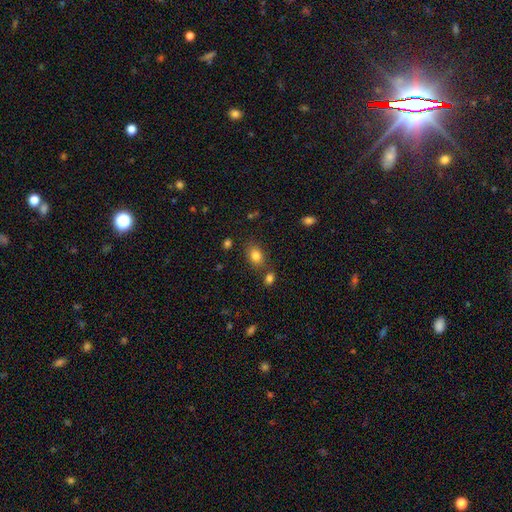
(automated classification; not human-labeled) Morphology: type=smooth (82%); roundness=in between (70%); merging=none (74%).